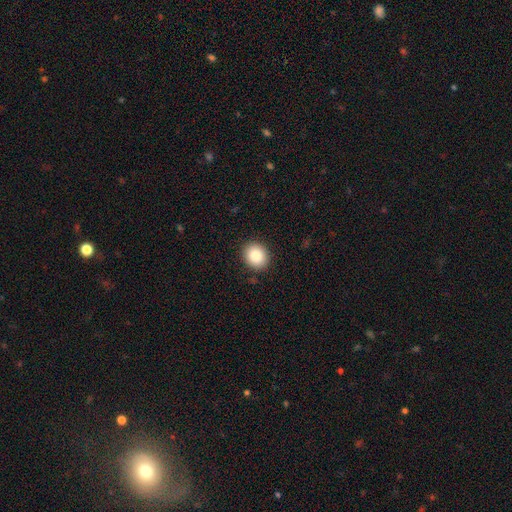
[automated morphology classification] Overall: smooth (85%). How rounded: round (66%; in between 33%). Merging: none (90%).